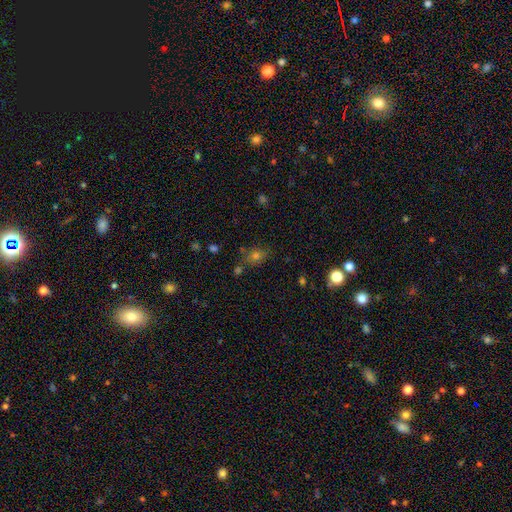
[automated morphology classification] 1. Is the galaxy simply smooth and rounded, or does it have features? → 63% smooth, 26% star or artifact, 11% featured or disk.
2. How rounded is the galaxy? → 50% in between, 48% round, 2% cigar-shaped.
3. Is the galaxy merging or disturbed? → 74% none, 14% minor disturbance, 8% merger, 4% major disturbance.